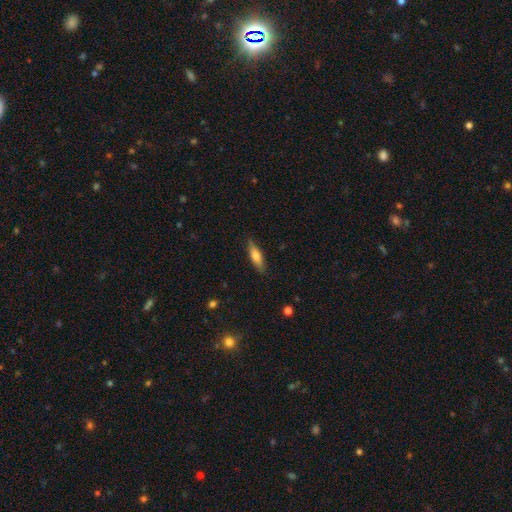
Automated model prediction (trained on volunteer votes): Q: Smooth or featured?
A: smooth (64%); runner-up: featured or disk (29%)
Q: How rounded?
A: cigar-shaped (62%); runner-up: in between (36%)
Q: Merging?
A: none (84%); runner-up: minor disturbance (12%)